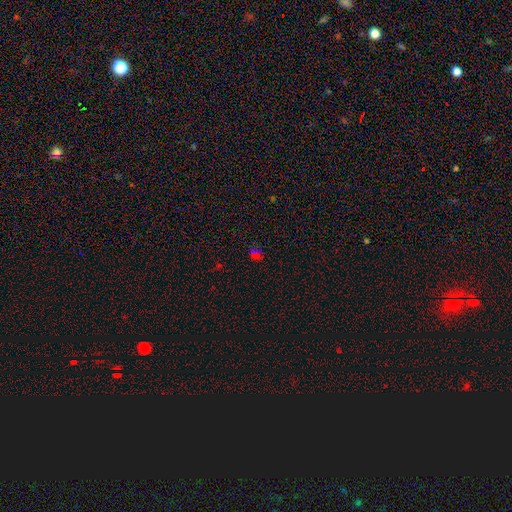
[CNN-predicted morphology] A smooth galaxy with no disk features (49%). Merging: none (75%).